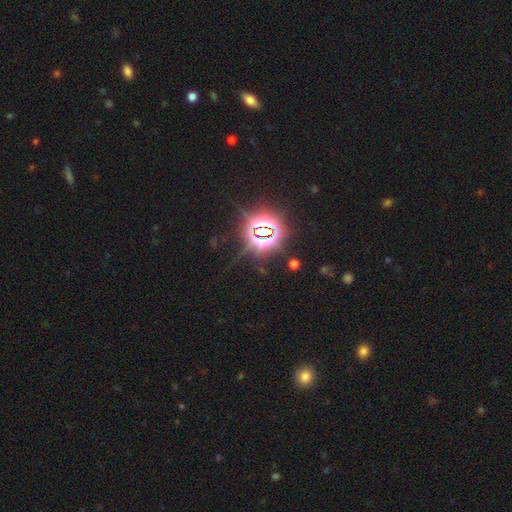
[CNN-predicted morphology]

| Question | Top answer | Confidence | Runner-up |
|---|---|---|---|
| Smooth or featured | star or artifact | 82% | smooth (11%) |